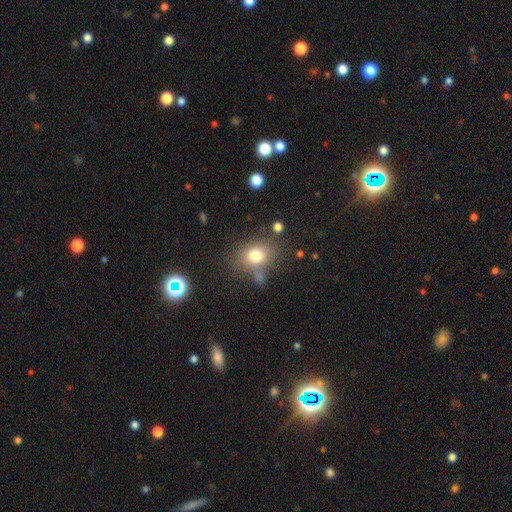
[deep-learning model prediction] Overall: smooth (76%). How rounded: in between (51%; round 47%). Merging: none (69%).